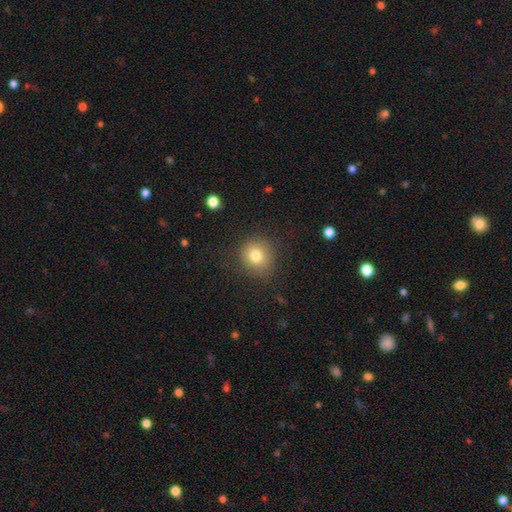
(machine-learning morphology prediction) type=smooth (77%); roundness=round (88%); merging=none (83%).